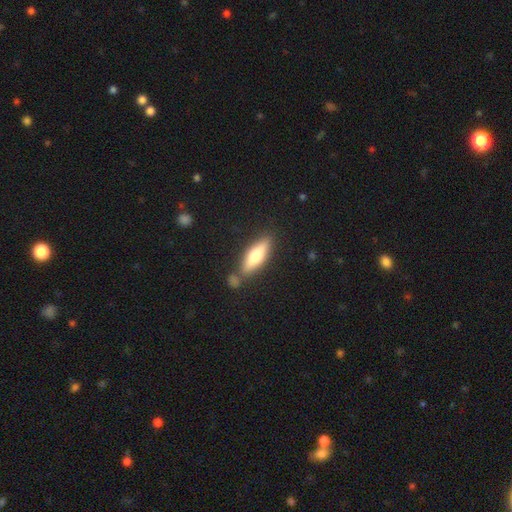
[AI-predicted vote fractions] A smooth galaxy with no disk features (60%) that is cigar-shaped (56%).

Vote fractions:
- Smooth or featured? smooth: 60% / featured or disk: 34% / star or artifact: 6%
- How rounded? cigar-shaped: 56% / in between: 42% / round: 2%
- Merging? none: 73% / minor disturbance: 13% / merger: 10% / major disturbance: 4%